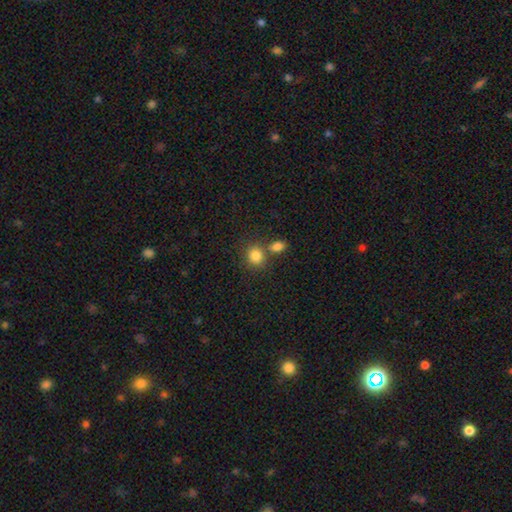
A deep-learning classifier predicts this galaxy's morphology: A smooth galaxy with no disk features (84%) that is round (75%).

Vote fractions:
- Smooth or featured? smooth: 84% / star or artifact: 10% / featured or disk: 6%
- How rounded? round: 75% / in between: 24% / cigar-shaped: 1%
- Merging? none: 59% / merger: 28% / minor disturbance: 10% / major disturbance: 4%